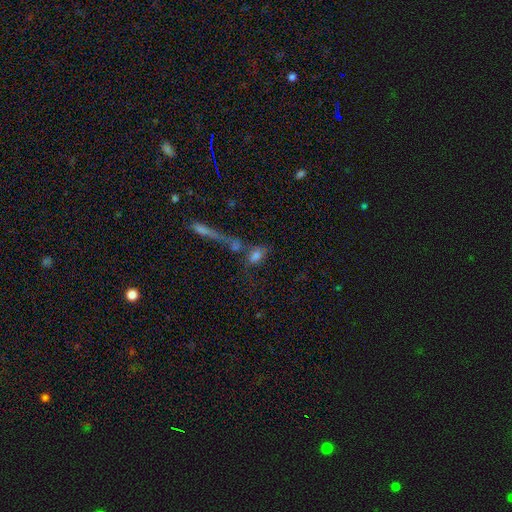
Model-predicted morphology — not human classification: Smooth or featured: smooth — 70% (featured or disk — 17%)
How rounded: in between — 75% (round — 15%)
Merging: merger — 38% (none — 37%)